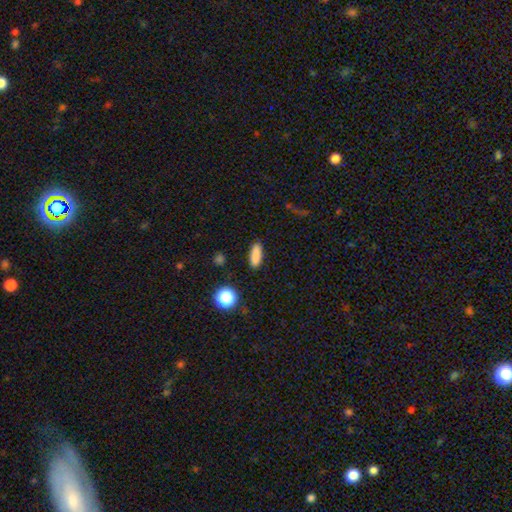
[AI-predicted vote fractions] This is clearly a smooth galaxy (85%). How rounded: possibly in between (54%). Merging: clearly none (88%).